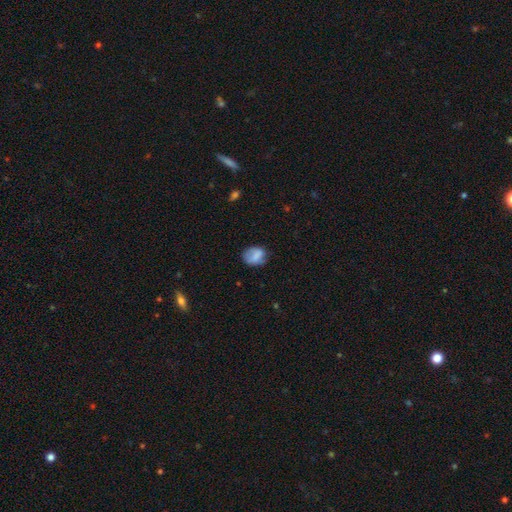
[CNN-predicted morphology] This appears to be a smooth galaxy with no disk features (72%) that is in between round and cigar-shaped (59%). Merging: none (62%).